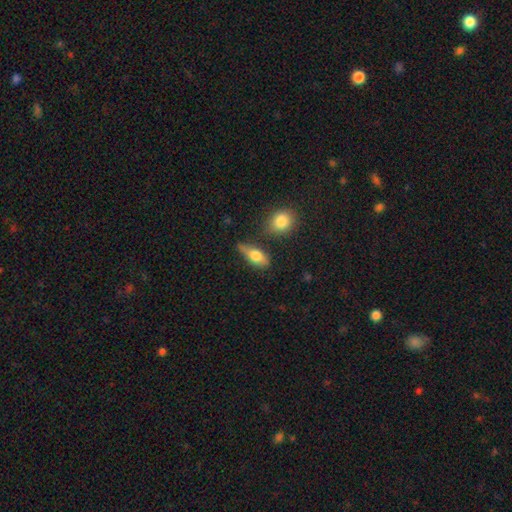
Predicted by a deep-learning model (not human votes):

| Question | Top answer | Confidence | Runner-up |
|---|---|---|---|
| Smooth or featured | smooth | 70% | featured or disk (23%) |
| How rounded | in between | 75% | cigar-shaped (18%) |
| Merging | none | 54% | minor disturbance (27%) |